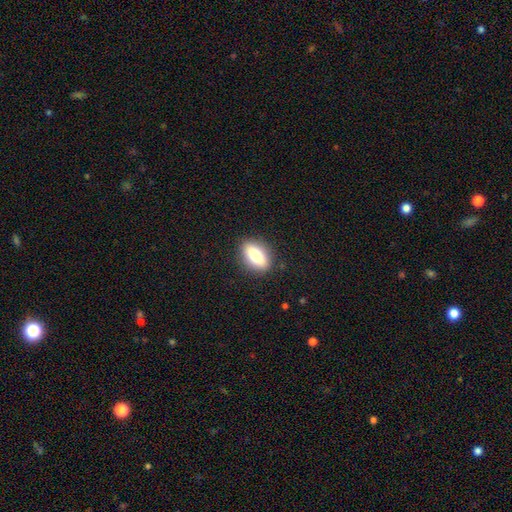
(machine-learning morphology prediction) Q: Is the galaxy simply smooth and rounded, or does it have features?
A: smooth — 74%.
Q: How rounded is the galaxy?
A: in between — 82%.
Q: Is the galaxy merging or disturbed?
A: none — 87%.